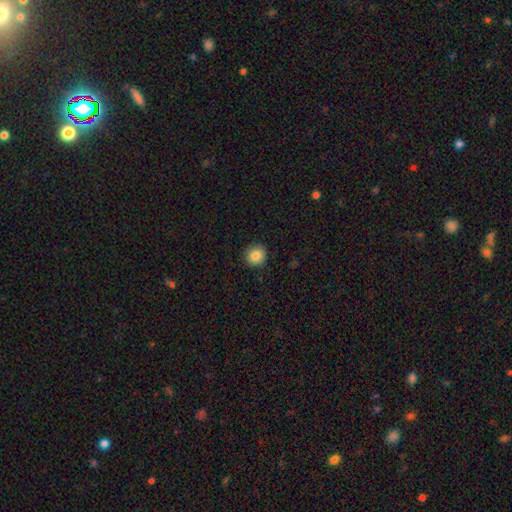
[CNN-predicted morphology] Overall: smooth (85%). How rounded: round (90%). Merging: none (90%).